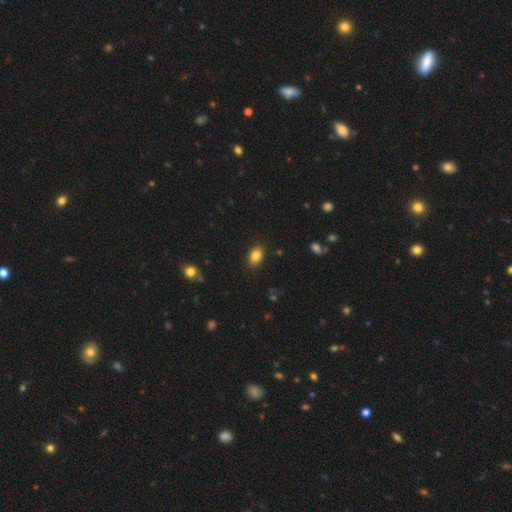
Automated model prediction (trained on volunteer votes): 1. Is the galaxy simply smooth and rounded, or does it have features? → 84% smooth, 10% star or artifact, 6% featured or disk.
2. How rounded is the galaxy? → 80% in between, 18% round, 1% cigar-shaped.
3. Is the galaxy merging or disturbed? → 86% none, 10% minor disturbance, 3% major disturbance, 1% merger.